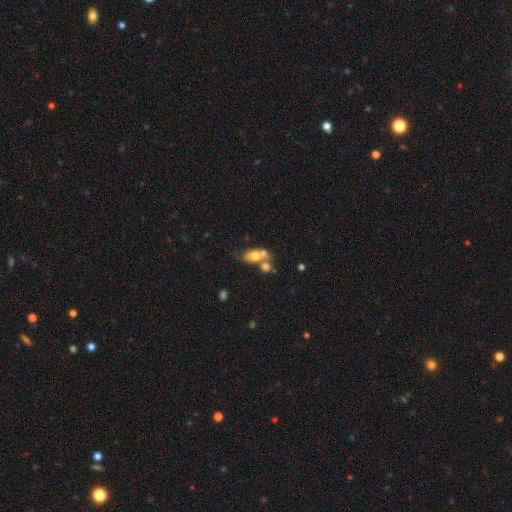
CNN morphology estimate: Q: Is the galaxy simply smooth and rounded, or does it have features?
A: smooth — 65%.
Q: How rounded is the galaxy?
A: in between — 72%.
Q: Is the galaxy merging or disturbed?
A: merger — 55%.